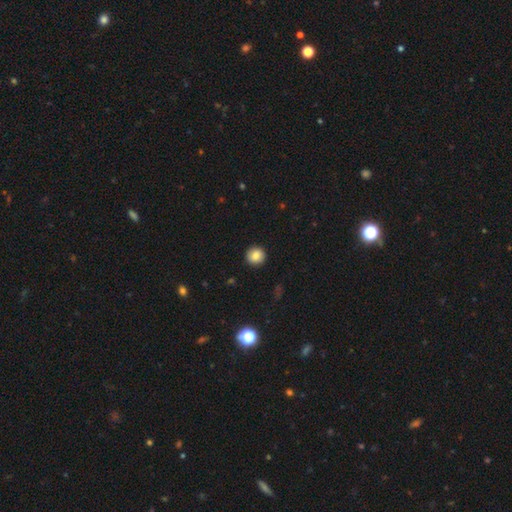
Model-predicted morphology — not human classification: This is clearly a smooth galaxy (81%). How rounded: clearly round (94%). Merging: clearly none (92%).